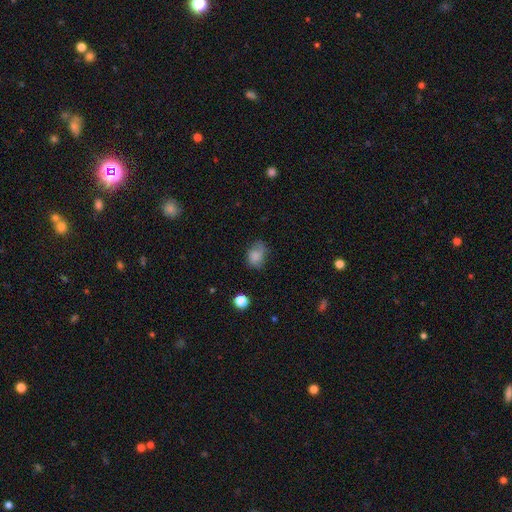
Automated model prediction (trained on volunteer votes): Smooth or featured? Predicted: smooth (p=0.77). How rounded? Predicted: in between (p=0.69). Merging? Predicted: none (p=0.56).